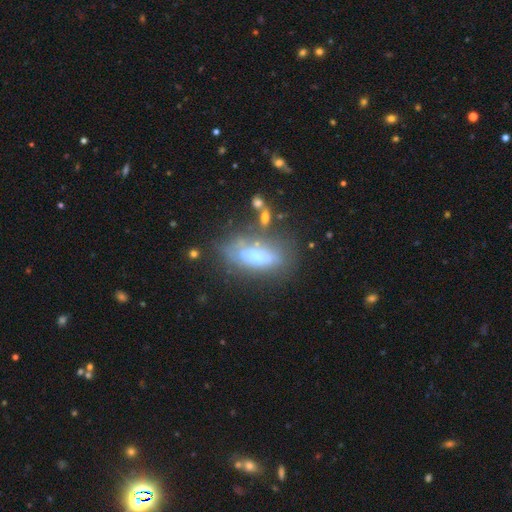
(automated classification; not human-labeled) Smooth or featured?
  - smooth: 47% *
  - featured or disk: 42%
  - star or artifact: 11%
Merging?
  - none: 50% *
  - minor disturbance: 23%
  - major disturbance: 16%
  - merger: 11%